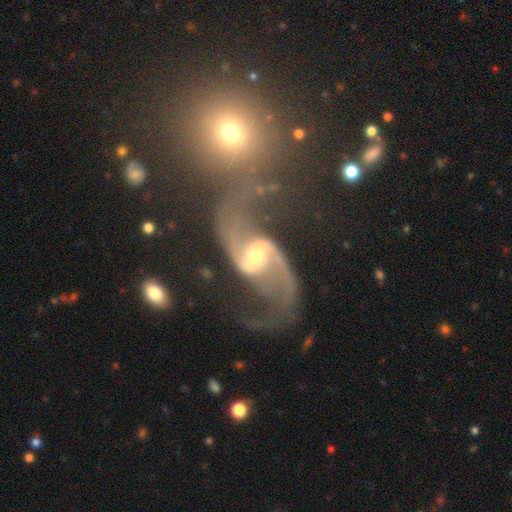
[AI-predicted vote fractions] featured or disk 92%, star or artifact 5%, smooth 3%. Down the decision tree: edge-on disk — no (98%); bar — weak (42%); spiral arms — yes (98%); spiral arm count — 2 (94%); spiral winding — loose (67%); bulge size — moderate (52%); merging — none (53%).